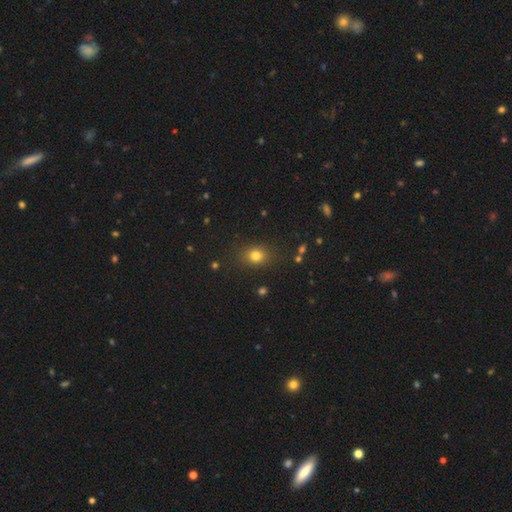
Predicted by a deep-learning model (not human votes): The model was most divided on "how rounded": round: 58%, in between: 41%, cigar-shaped: 1%. More confident: merging — none (84%); smooth or featured — smooth (78%).